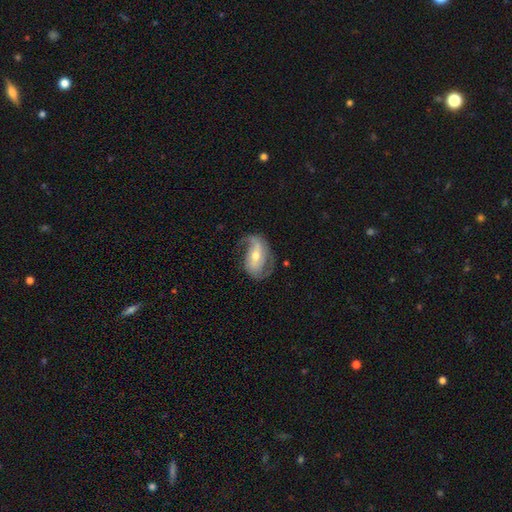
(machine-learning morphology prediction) type=featured or disk (79%); edge-on=no (96%); bar=weak (38%); spiral arms=yes (91%); winding=medium (41%); arm count=2 (72%); bulge=moderate (58%); merging=none (58%).